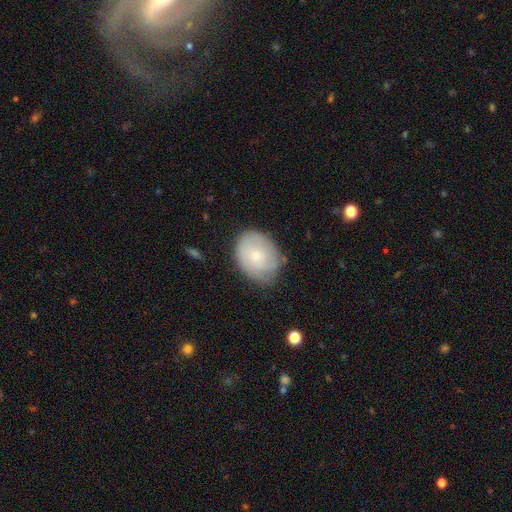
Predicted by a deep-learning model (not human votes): Overall: smooth (54%; featured or disk 39%). How rounded: in between (58%; round 41%). Merging: none (69%).